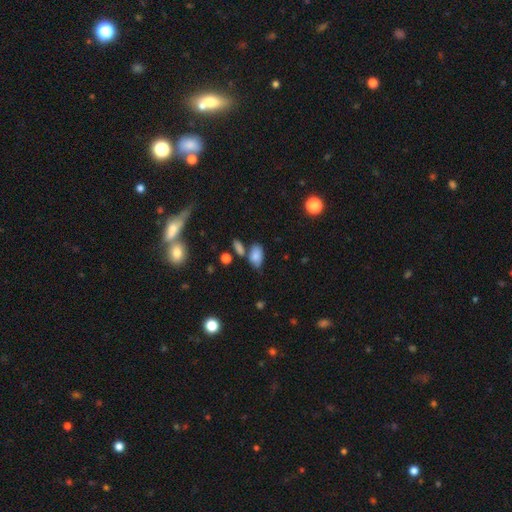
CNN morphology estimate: This appears to be a smooth galaxy with no disk features (80%) that is in between round and cigar-shaped (90%). Merging: none (60%).